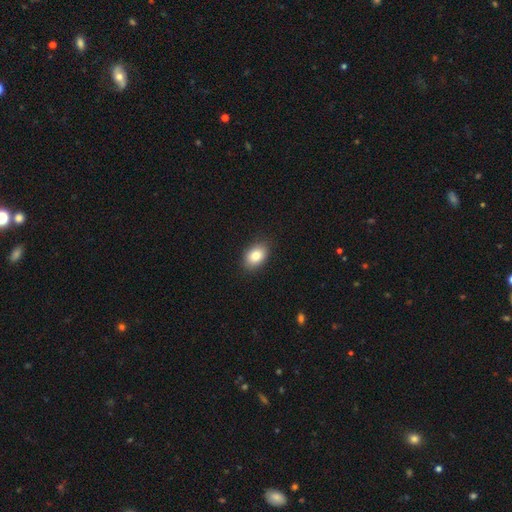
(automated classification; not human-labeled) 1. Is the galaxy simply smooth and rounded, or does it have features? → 84% smooth, 8% star or artifact, 8% featured or disk.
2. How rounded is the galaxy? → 84% in between, 15% round, 1% cigar-shaped.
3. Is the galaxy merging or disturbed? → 88% none, 9% minor disturbance, 2% major disturbance, 1% merger.